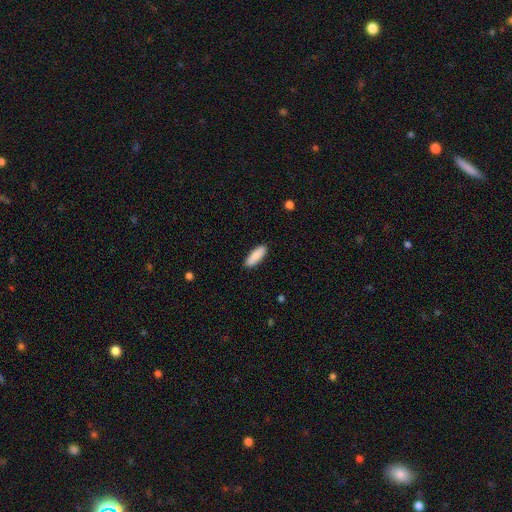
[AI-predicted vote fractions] Morphology: type=smooth (89%); roundness=in between (55%); merging=none (89%).